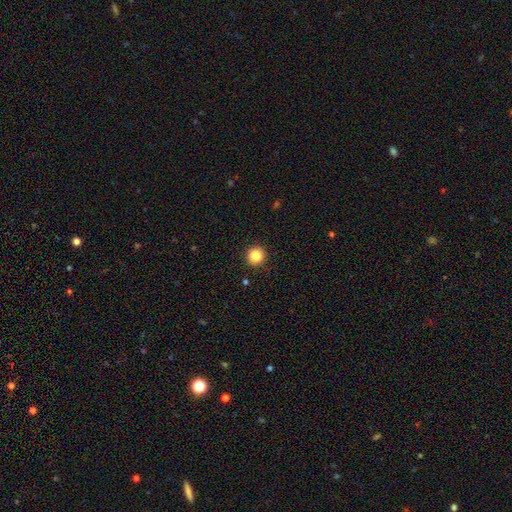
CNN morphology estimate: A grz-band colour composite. It shows a smooth galaxy with no disk features (86%) that is round (93%). Merging: none (92%).